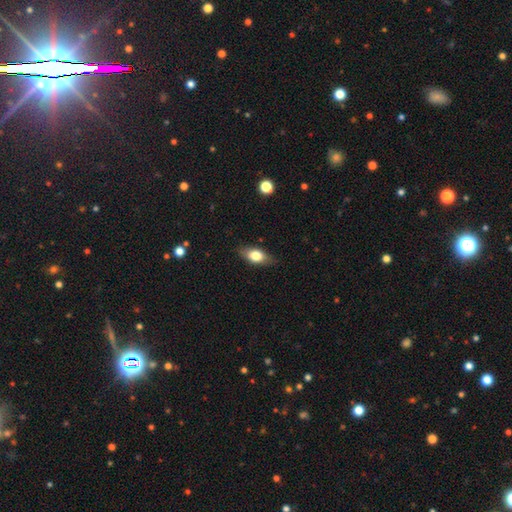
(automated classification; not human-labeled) A smooth galaxy with no disk features (72%) that is in between round and cigar-shaped (83%).

Vote fractions:
- Smooth or featured? smooth: 72% / featured or disk: 20% / star or artifact: 8%
- How rounded? in between: 83% / cigar-shaped: 9% / round: 8%
- Merging? none: 81% / minor disturbance: 15% / major disturbance: 3% / merger: 1%